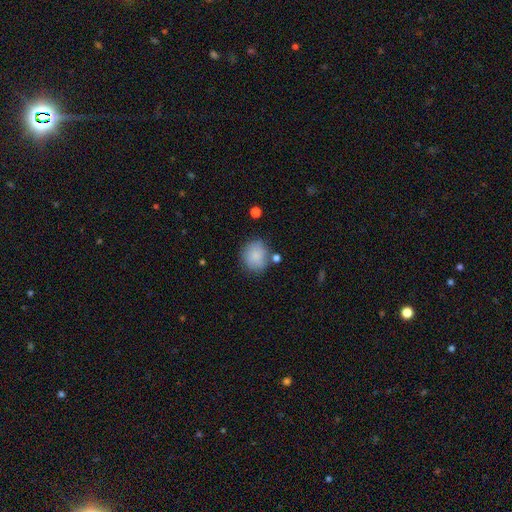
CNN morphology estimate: smooth_or_featured: smooth (p=0.83) [alt: featured or disk p=0.09]
how_rounded: round (p=0.80) [alt: in between p=0.19]
merging: none (p=0.68) [alt: minor disturbance p=0.18]